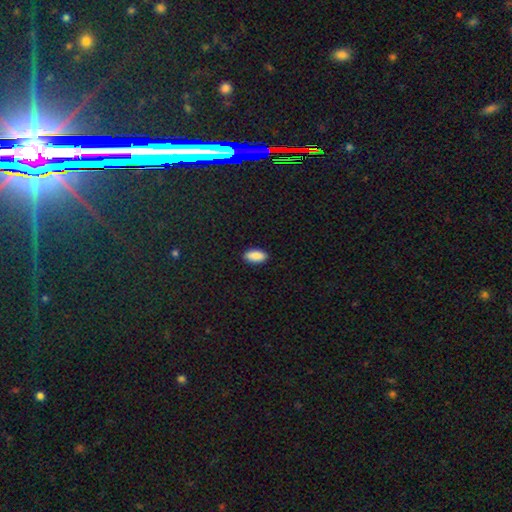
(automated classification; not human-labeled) smooth-or-featured: smooth: 90% | star or artifact: 7% | featured or disk: 3%
  how-rounded: in between: 91% | cigar-shaped: 7% | round: 2%
  merging: none: 90% | minor disturbance: 8% | major disturbance: 2% | merger: 1%